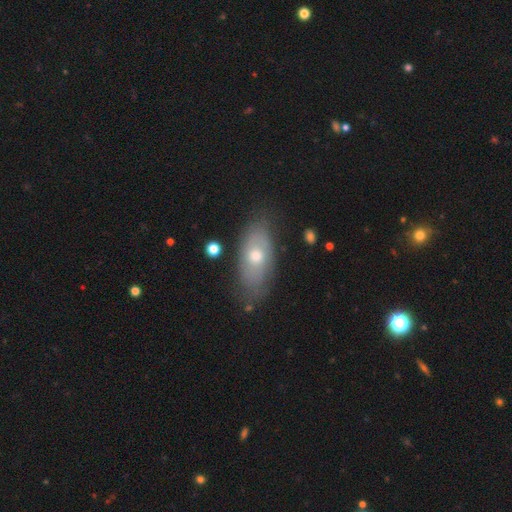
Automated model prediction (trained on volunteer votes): This appears to be a smooth galaxy with no disk features (49%). Merging: none (77%).